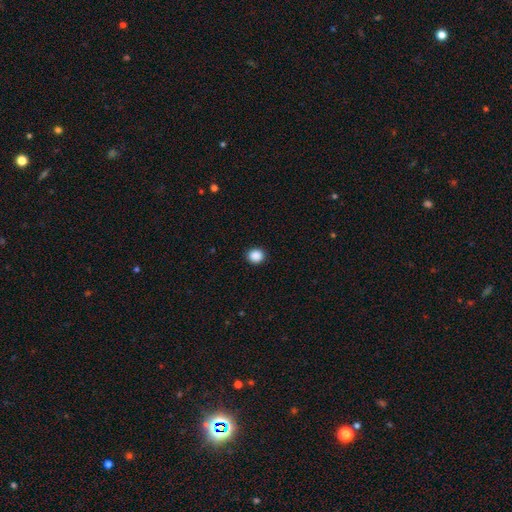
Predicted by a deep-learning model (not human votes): smooth_or_featured: smooth (p=0.89) [alt: star or artifact p=0.09]
how_rounded: round (p=0.84) [alt: in between p=0.15]
merging: none (p=0.92) [alt: minor disturbance p=0.05]